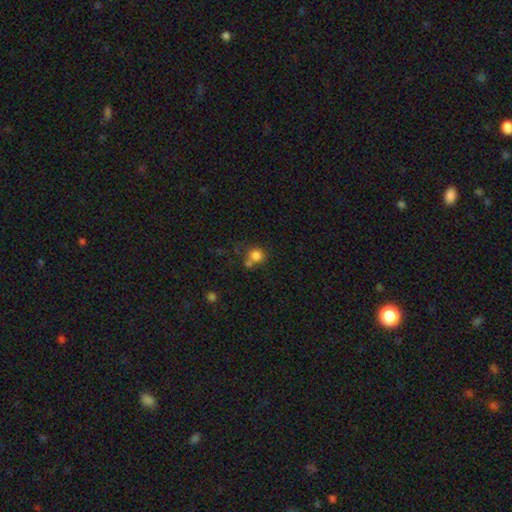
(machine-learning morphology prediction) Smooth or featured? Predicted: smooth (p=0.81). How rounded? Predicted: round (p=0.85). Merging? Predicted: none (p=0.53).